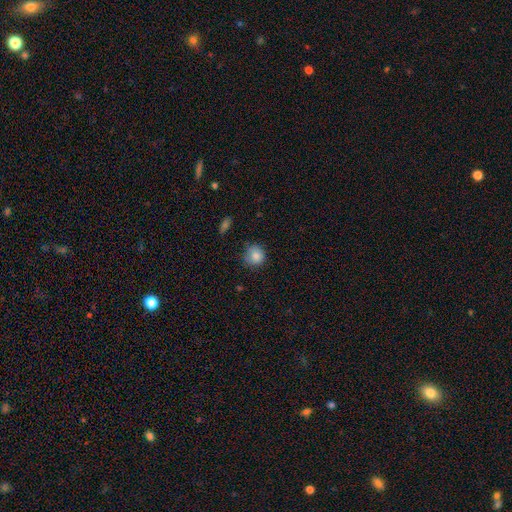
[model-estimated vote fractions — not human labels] smooth-or-featured: smooth: 85% | star or artifact: 9% | featured or disk: 6%
  how-rounded: round: 87% | in between: 12% | cigar-shaped: 1%
  merging: none: 70% | minor disturbance: 23% | major disturbance: 5% | merger: 2%